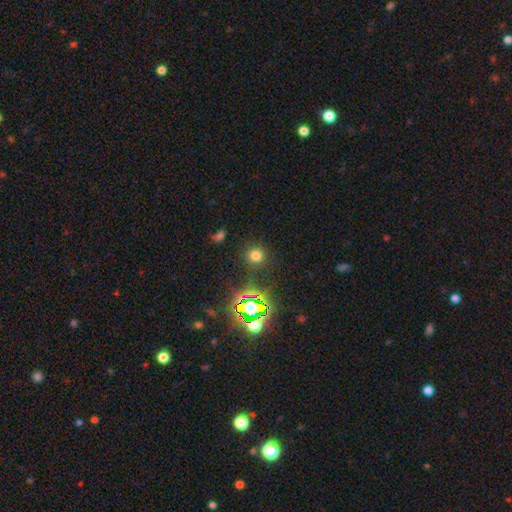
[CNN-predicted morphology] This is likely a smooth galaxy (67%). How rounded: clearly round (90%). Merging: clearly none (87%).